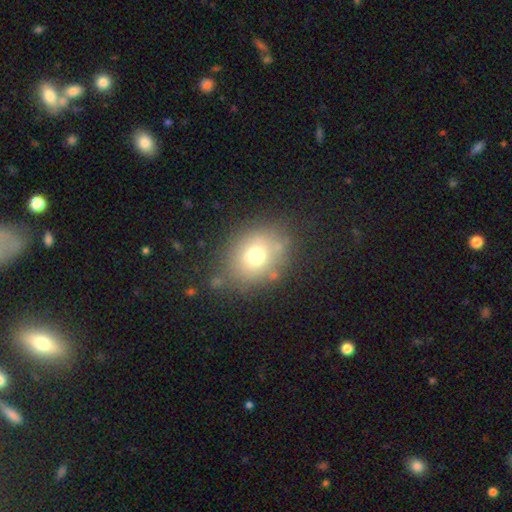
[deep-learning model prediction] This is likely a smooth galaxy (67%). How rounded: possibly round (59%). Merging: likely none (74%).